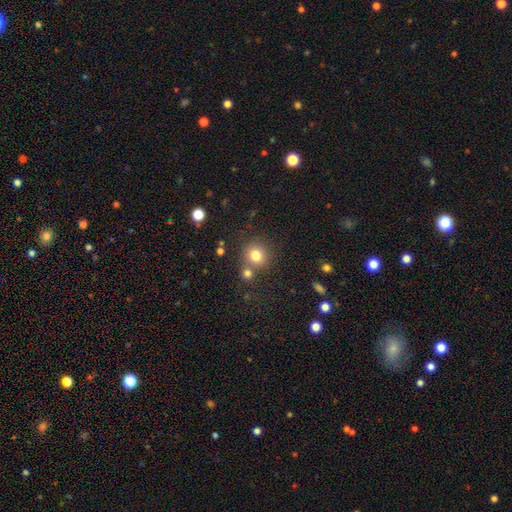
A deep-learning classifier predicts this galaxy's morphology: This appears to be a smooth galaxy with no disk features (78%) that is round (89%). Merging: none (70%).